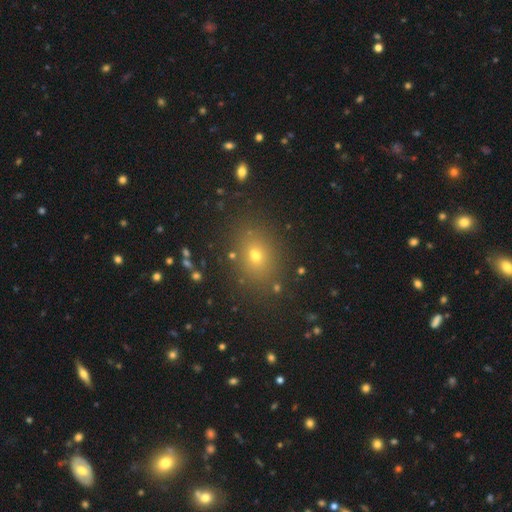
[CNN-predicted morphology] type=smooth (66%); roundness=in between (53%); merging=none (84%).